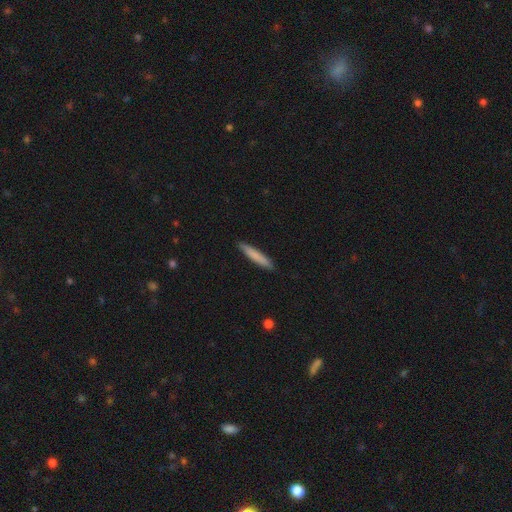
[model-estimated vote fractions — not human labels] Q: Smooth or featured?
A: smooth (79%); runner-up: featured or disk (15%)
Q: How rounded?
A: cigar-shaped (93%); runner-up: in between (6%)
Q: Merging?
A: none (89%); runner-up: minor disturbance (8%)